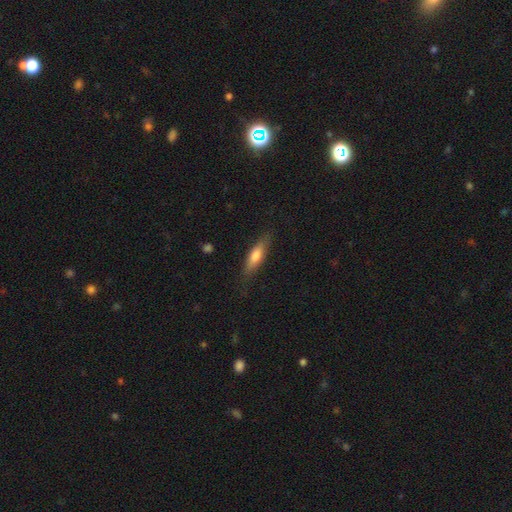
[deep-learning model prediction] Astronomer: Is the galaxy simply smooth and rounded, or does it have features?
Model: smooth — 65%.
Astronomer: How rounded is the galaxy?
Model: cigar-shaped — 64%.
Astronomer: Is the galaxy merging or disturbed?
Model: none — 81%.